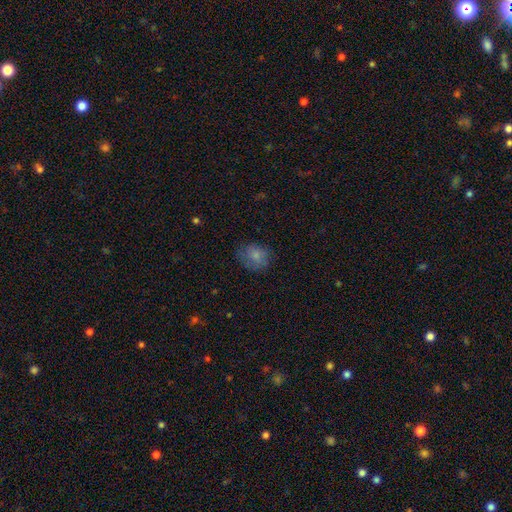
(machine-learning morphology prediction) Smooth or featured? smooth (80%)
How rounded? round (58%)
Merging? none (68%)